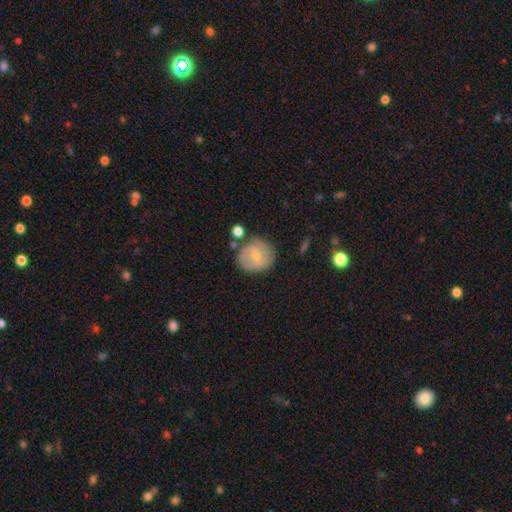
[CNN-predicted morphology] Overall: smooth (57%; featured or disk 36%). How rounded: round (87%). Merging: none (71%).